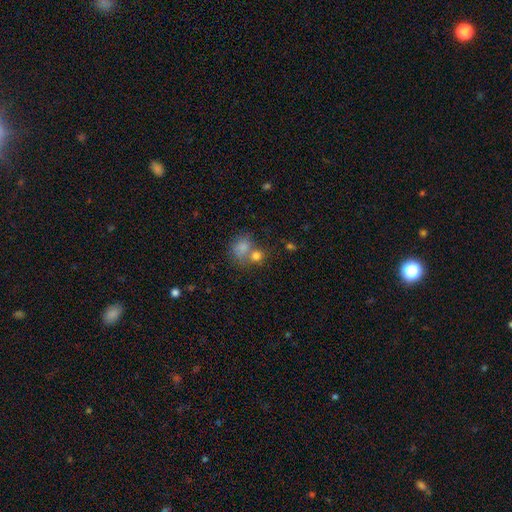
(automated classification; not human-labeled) Q: Smooth or featured?
A: smooth (55%); runner-up: star or artifact (28%)
Q: How rounded?
A: round (72%); runner-up: in between (26%)
Q: Merging?
A: none (52%); runner-up: merger (33%)